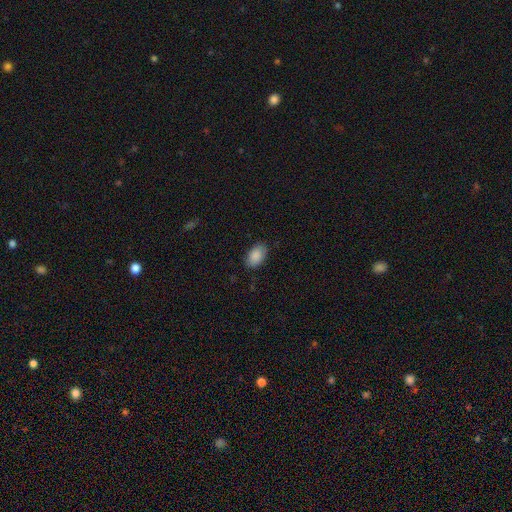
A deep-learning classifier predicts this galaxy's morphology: smooth-or-featured: smooth: 88% | star or artifact: 7% | featured or disk: 5%
  how-rounded: in between: 92% | round: 7% | cigar-shaped: 1%
  merging: none: 83% | minor disturbance: 13% | major disturbance: 3% | merger: 1%